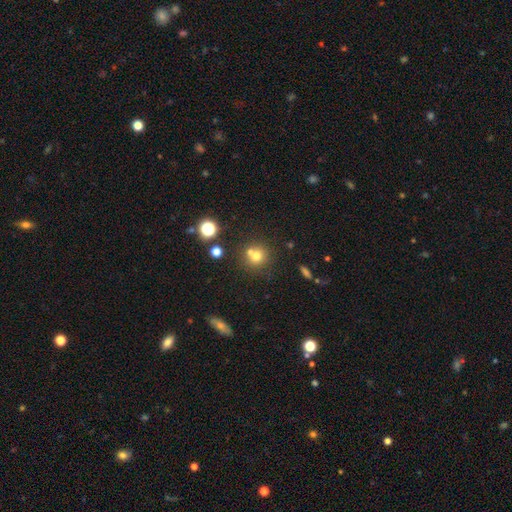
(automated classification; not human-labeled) A smooth galaxy with no disk features (69%) that is round (89%). Merging: none (54%).